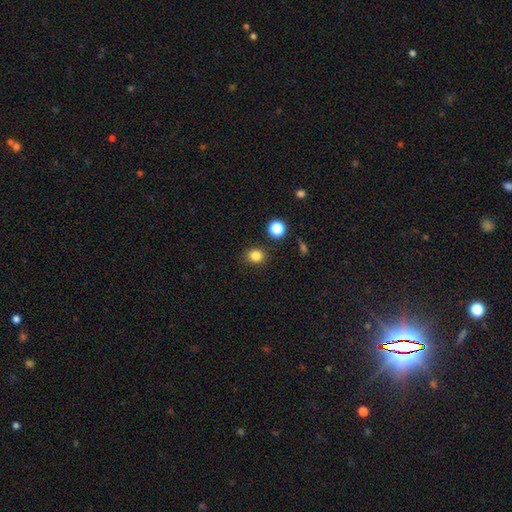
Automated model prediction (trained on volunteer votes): Morphology: type=smooth (83%); roundness=round (75%); merging=none (87%).